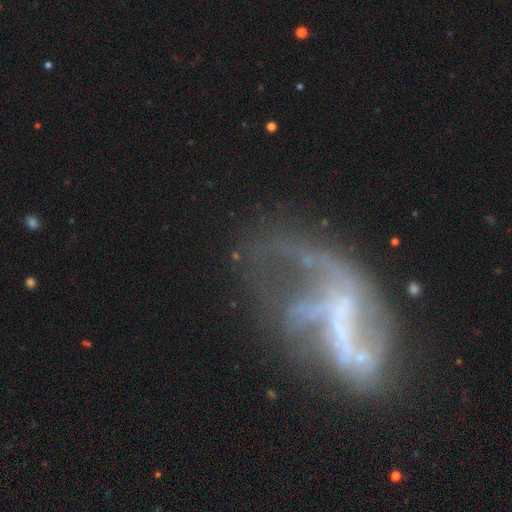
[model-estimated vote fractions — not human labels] Morphology: type=featured or disk (74%); edge-on=no (95%); bar=no (45%); spiral arms=yes (59%); bulge=none (67%); merging=major disturbance (44%).